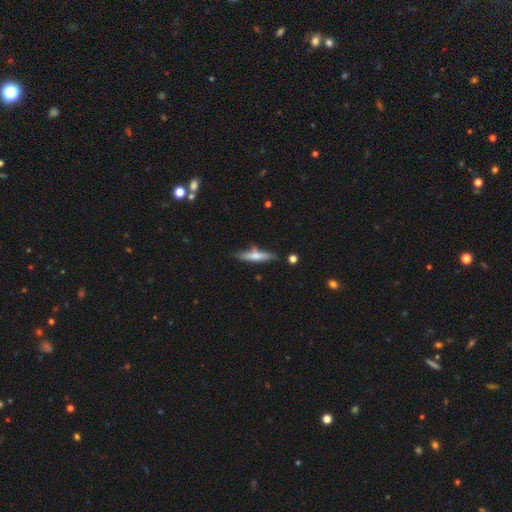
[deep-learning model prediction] Smooth or featured? Predicted: smooth (p=0.56). How rounded? Predicted: cigar-shaped (p=0.82). Merging? Predicted: none (p=0.74).